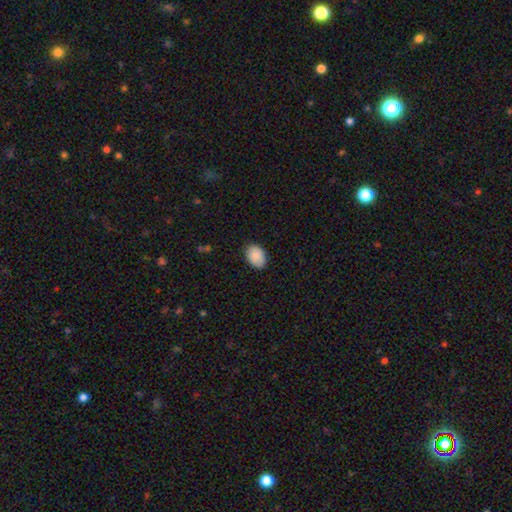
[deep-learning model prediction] Smooth or featured? smooth (87%)
How rounded? in between (80%)
Merging? none (83%)